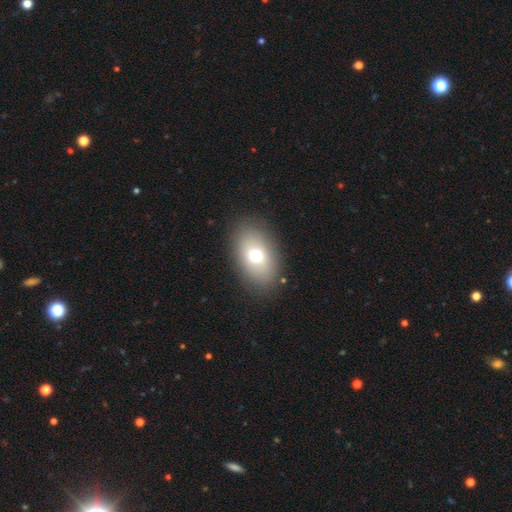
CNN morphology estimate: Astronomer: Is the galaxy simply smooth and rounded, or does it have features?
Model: smooth — 69%.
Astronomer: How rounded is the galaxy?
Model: in between — 85%.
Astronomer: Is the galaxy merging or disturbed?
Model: none — 85%.